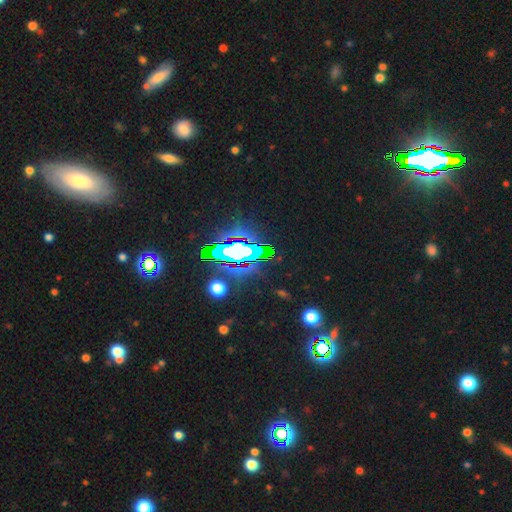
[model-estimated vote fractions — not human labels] star or artifact 68%, featured or disk 16%, smooth 15%.